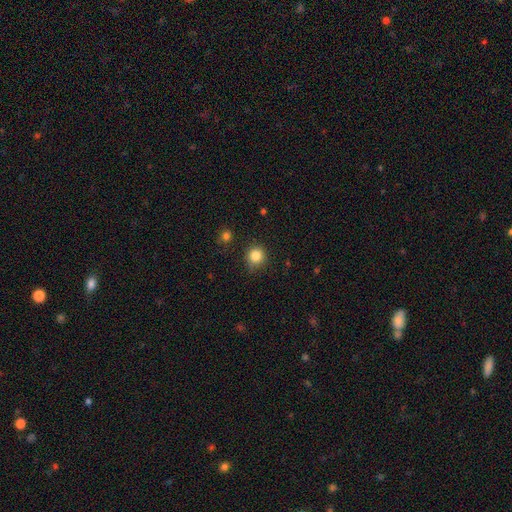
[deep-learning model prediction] This appears to be a smooth galaxy with no disk features (84%) that is round (92%). Merging: none (85%).